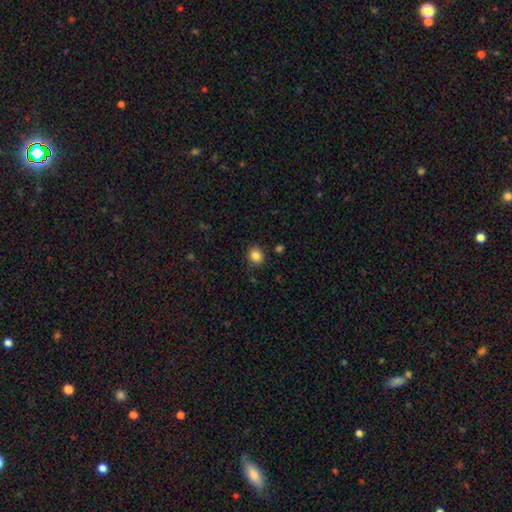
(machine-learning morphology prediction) Smooth or featured? Predicted: smooth (p=0.85). How rounded? Predicted: round (p=0.73). Merging? Predicted: none (p=0.86).